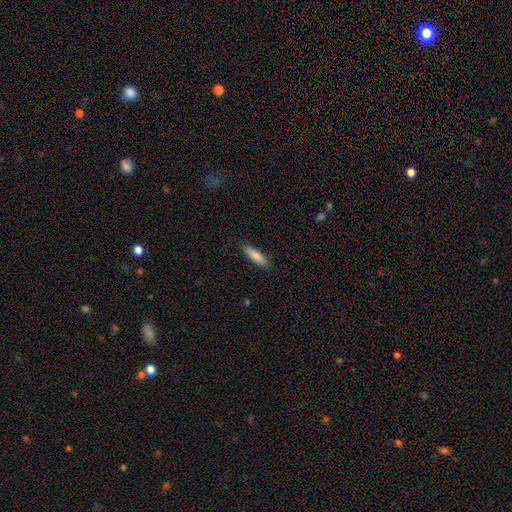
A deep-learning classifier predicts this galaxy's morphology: Q: Smooth or featured?
A: smooth (85%); runner-up: featured or disk (10%)
Q: How rounded?
A: cigar-shaped (69%); runner-up: in between (30%)
Q: Merging?
A: none (87%); runner-up: minor disturbance (10%)